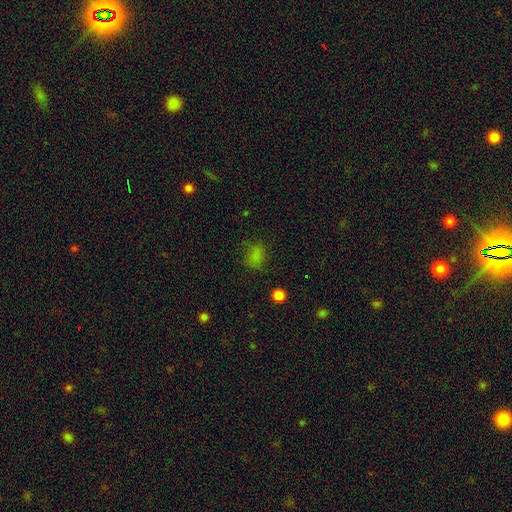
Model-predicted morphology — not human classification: type=smooth (73%); roundness=in between (53%); merging=none (72%).